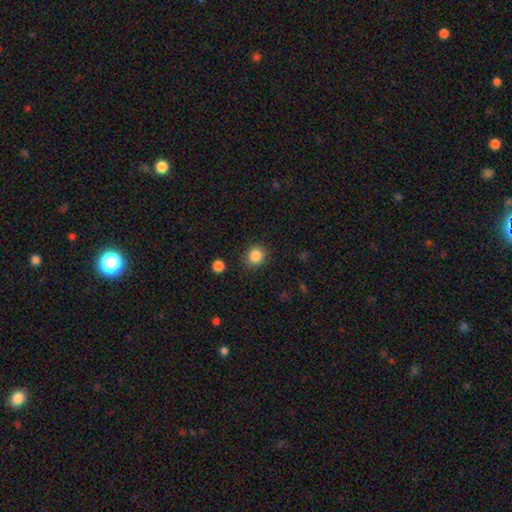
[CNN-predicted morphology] This is clearly a smooth galaxy (85%). How rounded: clearly round (85%). Merging: clearly none (88%).